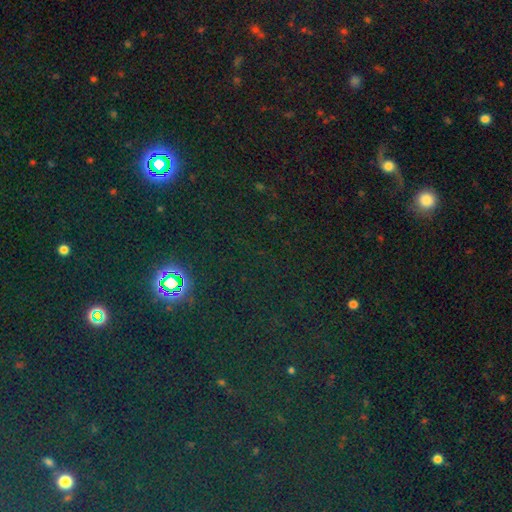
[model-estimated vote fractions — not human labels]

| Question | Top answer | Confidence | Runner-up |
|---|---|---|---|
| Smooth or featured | star or artifact | 74% | smooth (18%) |